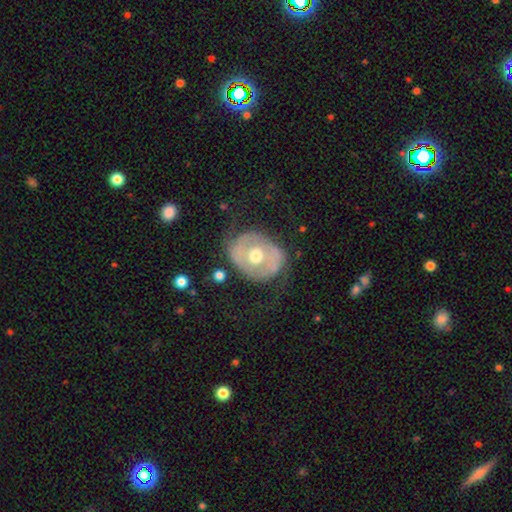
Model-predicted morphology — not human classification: smooth_or_featured: featured or disk (p=0.62) [alt: smooth p=0.32]
disk_edge_on: no (p=0.95) [alt: yes p=0.05]
bar: no (p=0.75) [alt: weak p=0.18]
has_spiral_arms: no (p=0.65) [alt: yes p=0.35]
bulge_size: moderate (p=0.79) [alt: large p=0.11]
merging: none (p=0.55) [alt: minor disturbance p=0.23]